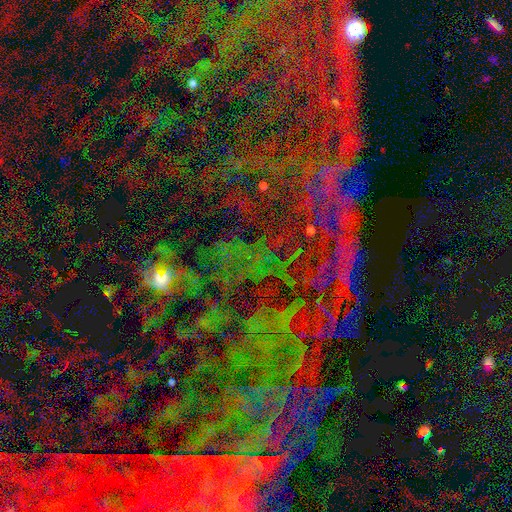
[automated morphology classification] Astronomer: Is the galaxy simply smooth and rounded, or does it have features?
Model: star or artifact — 82%.